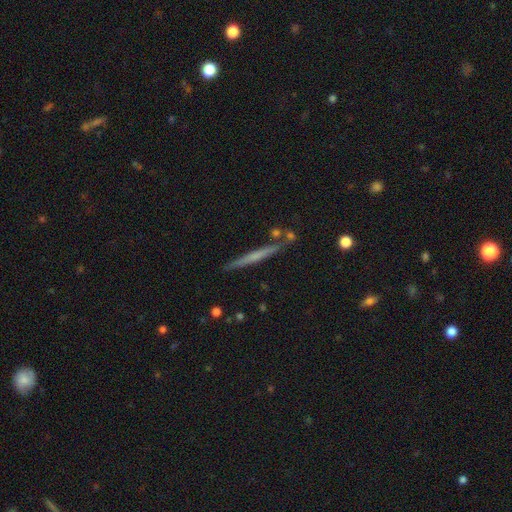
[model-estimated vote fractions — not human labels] The model was most divided on "smooth or featured": featured or disk: 53%, smooth: 40%, star or artifact: 7%. More confident: edge-on disk — yes (97%); merging — none (84%); edge-on bulge — none (76%).